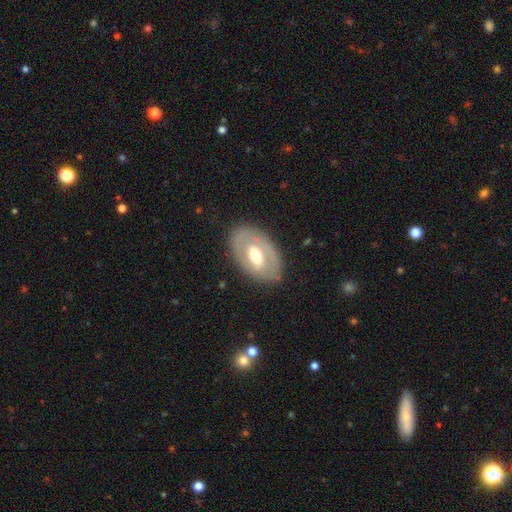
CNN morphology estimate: Smooth or featured? Predicted: featured or disk (p=0.57). Edge-on disk? Predicted: no (p=0.90). Bar? Predicted: no (p=0.47). Spiral arms? Predicted: no (p=0.78). Bulge size? Predicted: moderate (p=0.68). Merging? Predicted: none (p=0.80).